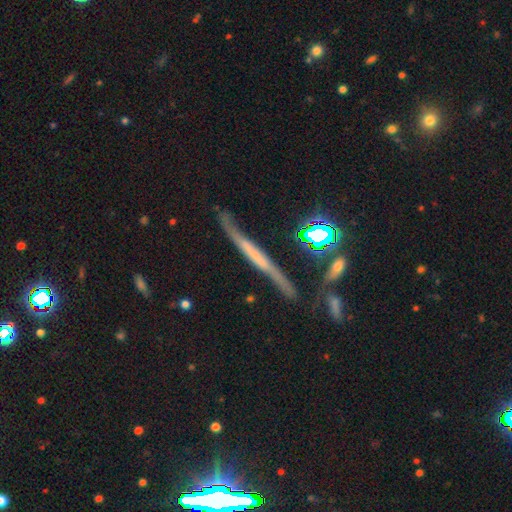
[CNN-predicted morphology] Q: Smooth or featured?
A: featured or disk (62%); runner-up: smooth (23%)
Q: Edge-on disk?
A: yes (86%); runner-up: no (14%)
Q: Edge-on bulge?
A: none (71%); runner-up: rounded (17%)
Q: Merging?
A: none (70%); runner-up: minor disturbance (19%)